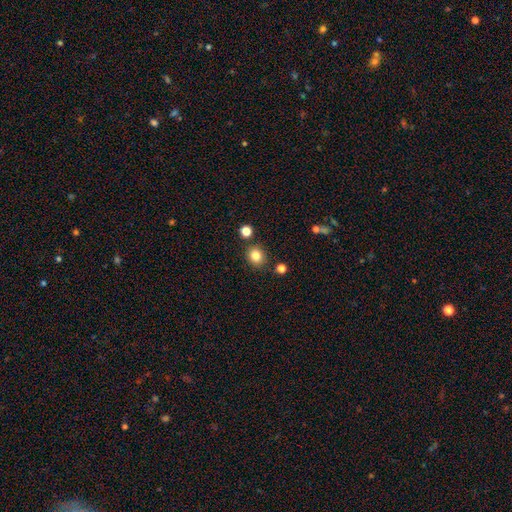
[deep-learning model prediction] Smooth or featured? Predicted: smooth (p=0.82). How rounded? Predicted: round (p=0.78). Merging? Predicted: none (p=0.84).